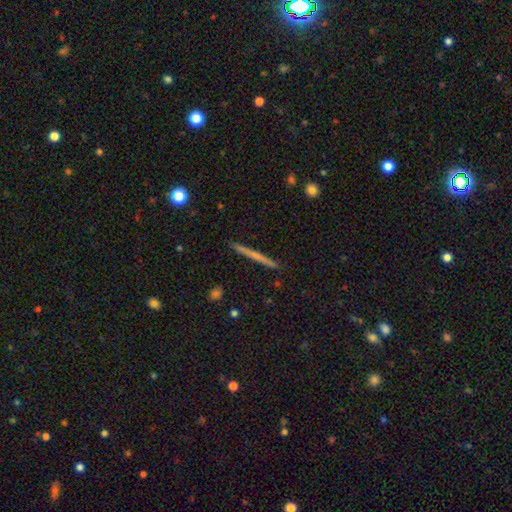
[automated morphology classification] Smooth or featured? featured or disk (49%)
Merging? none (92%)